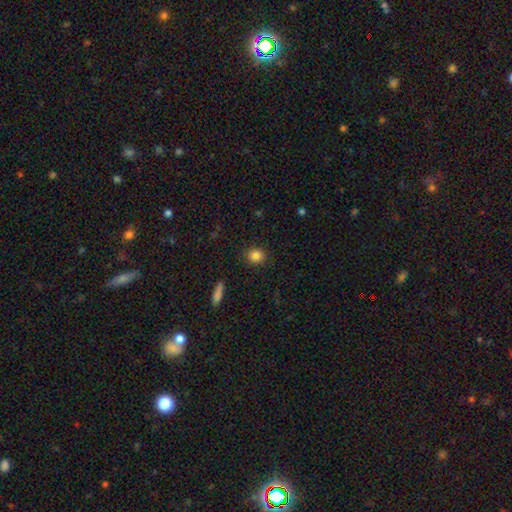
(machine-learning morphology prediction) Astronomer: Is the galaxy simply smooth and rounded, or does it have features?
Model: smooth — 85%.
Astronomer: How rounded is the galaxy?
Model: round — 82%.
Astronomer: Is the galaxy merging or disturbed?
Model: none — 89%.